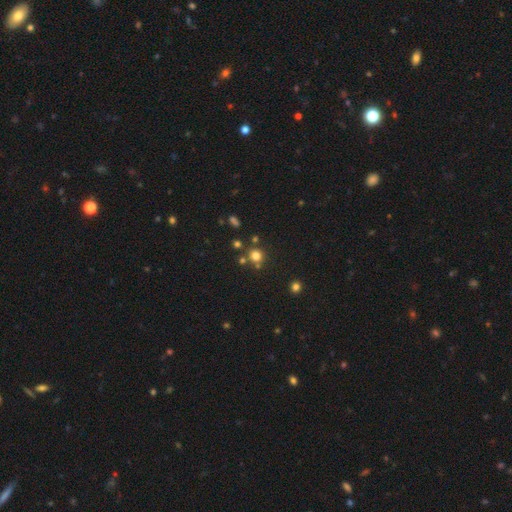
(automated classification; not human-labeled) Overall: smooth (74%). How rounded: round (90%). Merging: none (72%).